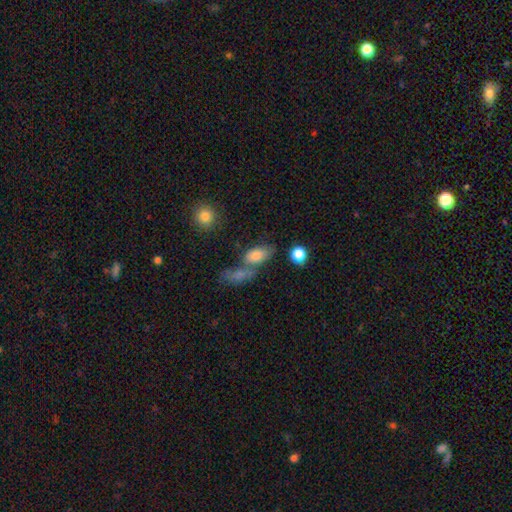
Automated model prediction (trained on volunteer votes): The model was most divided on "merging": none: 42%, merger: 36%, minor disturbance: 14%, major disturbance: 8%. More confident: how rounded — in between (88%); smooth or featured — smooth (77%).